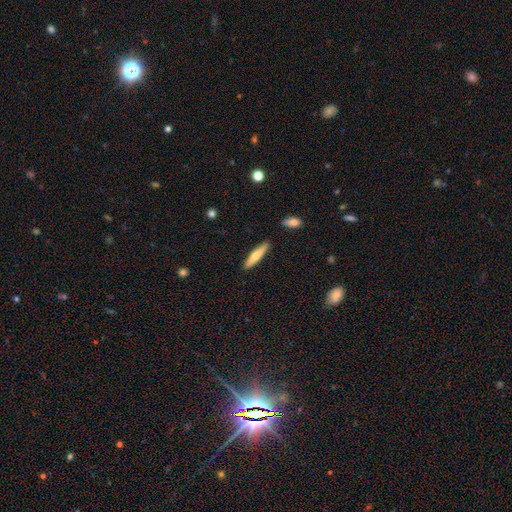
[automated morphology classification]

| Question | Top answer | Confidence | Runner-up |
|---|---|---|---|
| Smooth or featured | smooth | 67% | featured or disk (27%) |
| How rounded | cigar-shaped | 82% | in between (16%) |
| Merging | none | 88% | minor disturbance (8%) |